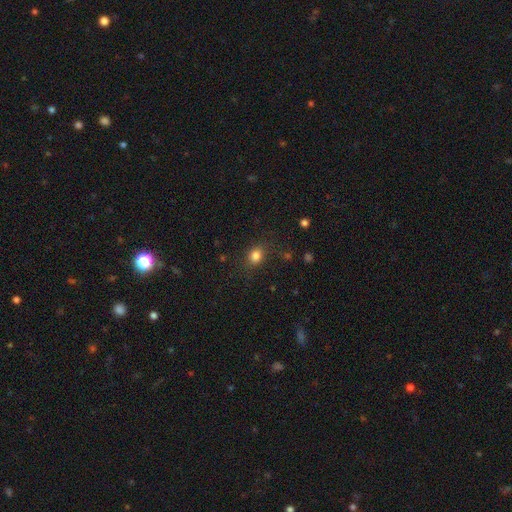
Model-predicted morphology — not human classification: smooth_or_featured: smooth (p=0.82) [alt: star or artifact p=0.12]
how_rounded: round (p=0.51) [alt: in between p=0.48]
merging: none (p=0.82) [alt: minor disturbance p=0.12]